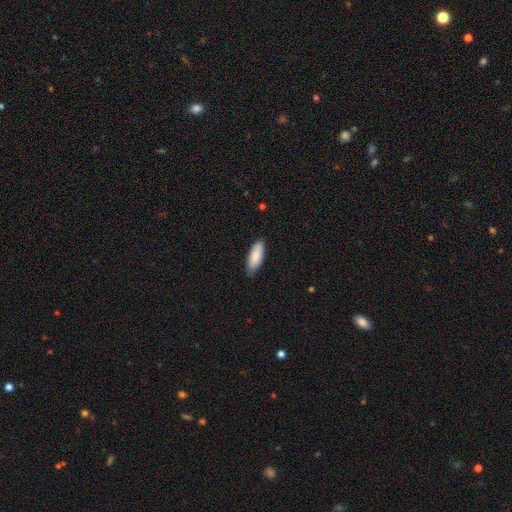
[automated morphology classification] Smooth or featured: smooth — 86% (featured or disk — 9%)
How rounded: in between — 71% (cigar-shaped — 27%)
Merging: none — 84% (minor disturbance — 13%)